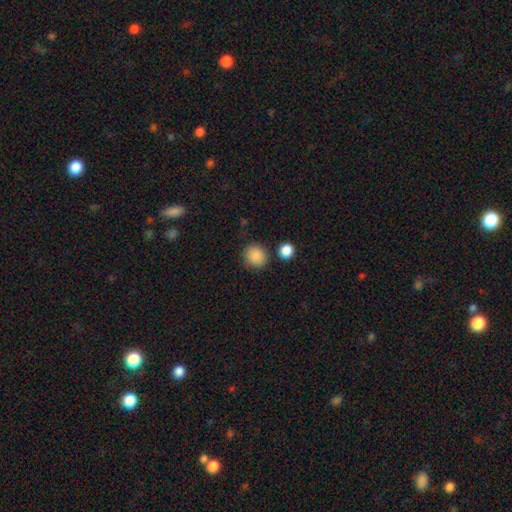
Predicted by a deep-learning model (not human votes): Smooth or featured? smooth (88%)
How rounded? round (85%)
Merging? none (83%)